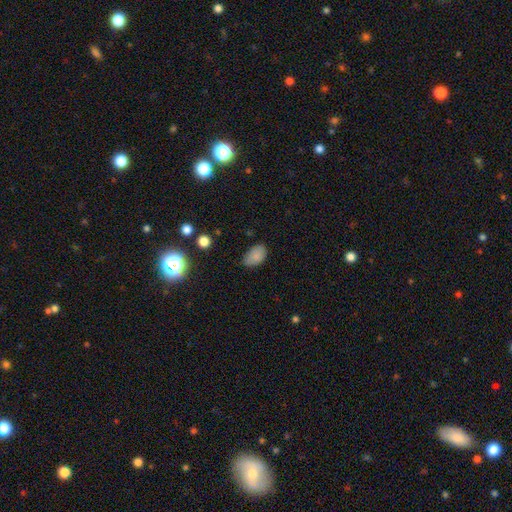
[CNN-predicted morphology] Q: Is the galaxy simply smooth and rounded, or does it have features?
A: smooth — 83%.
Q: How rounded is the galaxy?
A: in between — 90%.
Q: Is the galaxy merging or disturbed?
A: none — 68%.